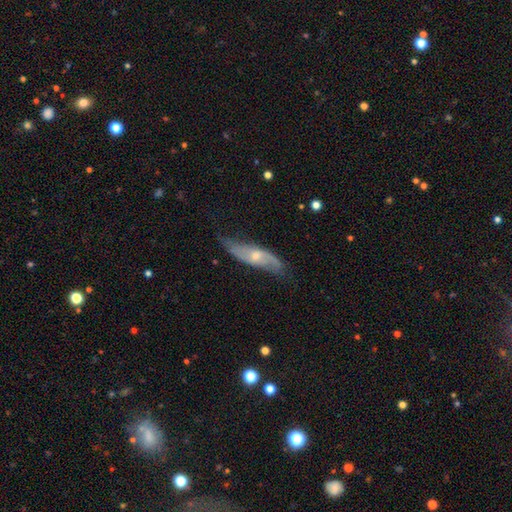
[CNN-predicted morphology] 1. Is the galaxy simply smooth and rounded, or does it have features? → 71% featured or disk, 22% smooth, 7% star or artifact.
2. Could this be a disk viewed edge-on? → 76% no, 24% yes.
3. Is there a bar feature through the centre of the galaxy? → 60% no, 32% weak, 8% strong.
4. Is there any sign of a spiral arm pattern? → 88% yes, 12% no.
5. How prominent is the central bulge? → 50% small, 45% moderate, 3% none, 2% large, 1% dominant.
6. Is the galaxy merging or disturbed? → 66% none, 25% minor disturbance, 7% major disturbance, 2% merger.